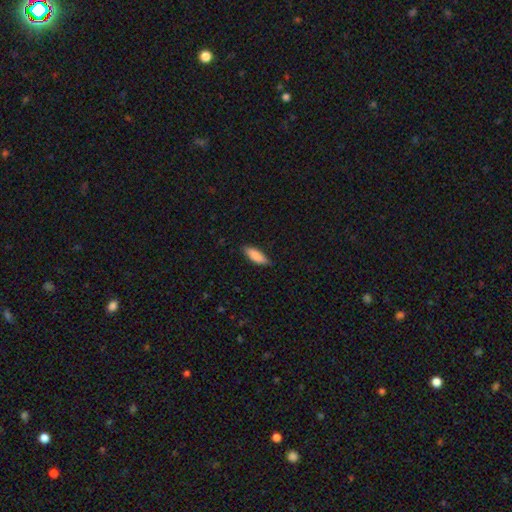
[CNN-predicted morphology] Q: Smooth or featured?
A: smooth (86%); runner-up: featured or disk (8%)
Q: How rounded?
A: in between (63%); runner-up: cigar-shaped (36%)
Q: Merging?
A: none (83%); runner-up: minor disturbance (14%)